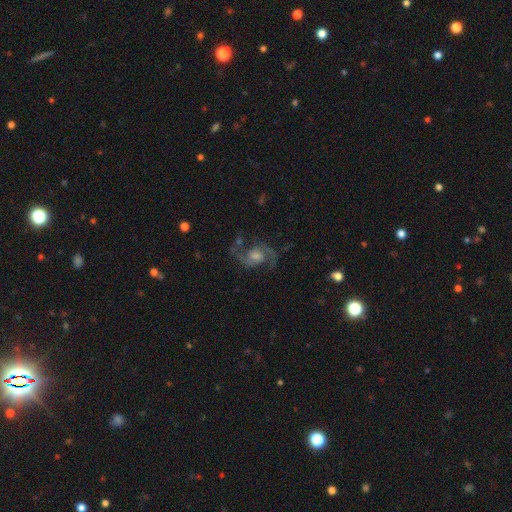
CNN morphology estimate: Smooth or featured?
  - featured or disk: 86% *
  - star or artifact: 8%
  - smooth: 6%
Edge-on disk?
  - no: 98% *
  - yes: 2%
Bar?
  - no: 56% *
  - weak: 37%
  - strong: 7%
Spiral arms?
  - yes: 97% *
  - no: 3%
Spiral winding?
  - medium: 54% *
  - loose: 34%
  - tight: 12%
Spiral arm count?
  - 2: 93% *
  - can't tell: 2%
  - 3: 2%
  - 1: 1%
  - 4: 1%
  - more than 4: 1%
Bulge size?
  - moderate: 47% *
  - small: 28%
  - large: 16%
  - none: 8%
  - dominant: 2%
Merging?
  - none: 76% *
  - minor disturbance: 14%
  - major disturbance: 8%
  - merger: 2%